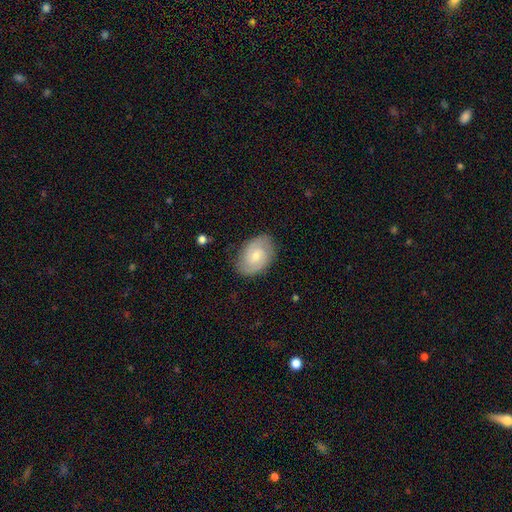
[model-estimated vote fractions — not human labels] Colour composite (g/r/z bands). It shows a featured or disk galaxy (71%) with no bar (52%), 2 (78%) tight (51%) spiral arms (92%) and a moderate central bulge (53%). Merging: none (82%).